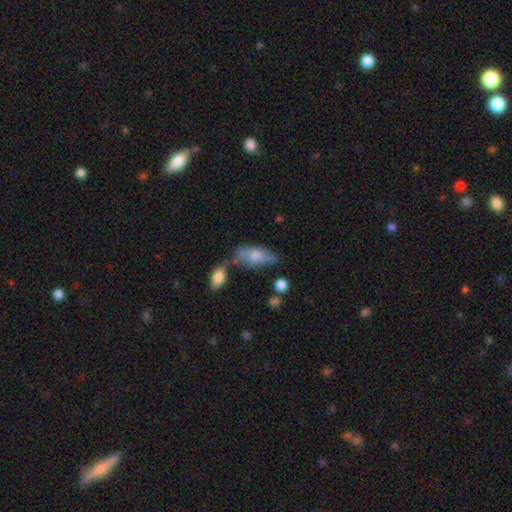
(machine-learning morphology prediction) The model was most divided on "merging": none: 44%, minor disturbance: 26%, merger: 18%, major disturbance: 11%. More confident: how rounded — in between (81%); smooth or featured — smooth (64%).